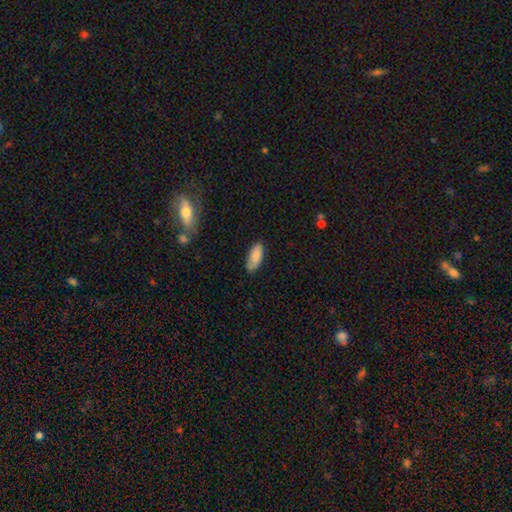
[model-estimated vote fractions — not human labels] smooth_or_featured: smooth (p=0.83) [alt: featured or disk p=0.11]
how_rounded: in between (p=0.87) [alt: cigar-shaped p=0.11]
merging: none (p=0.74) [alt: minor disturbance p=0.21]